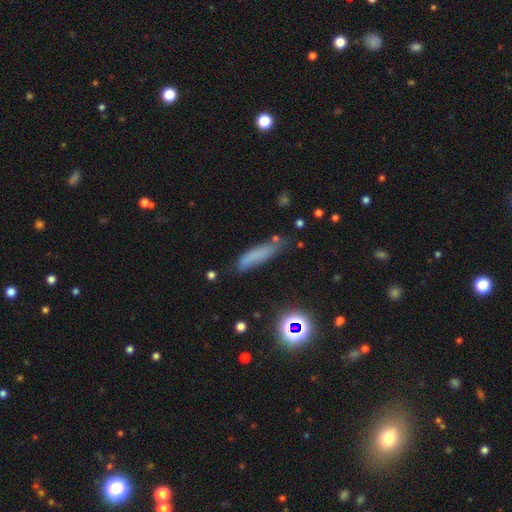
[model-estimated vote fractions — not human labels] Q: Smooth or featured?
A: smooth (68%); runner-up: star or artifact (16%)
Q: How rounded?
A: cigar-shaped (76%); runner-up: in between (21%)
Q: Merging?
A: none (62%); runner-up: minor disturbance (24%)